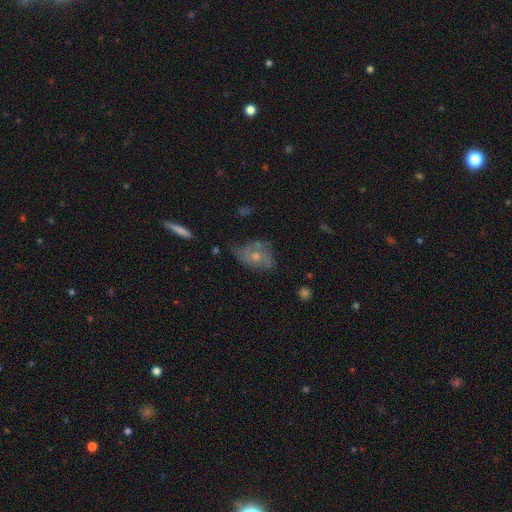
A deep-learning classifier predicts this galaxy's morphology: Smooth or featured?
  - featured or disk: 56% *
  - smooth: 34%
  - star or artifact: 10%
Edge-on disk?
  - no: 94% *
  - yes: 6%
Bar?
  - no: 82% *
  - weak: 15%
  - strong: 3%
Spiral arms?
  - yes: 65% *
  - no: 35%
Bulge size?
  - moderate: 51% *
  - small: 43%
  - none: 3%
  - large: 2%
  - dominant: 1%
Merging?
  - none: 49% *
  - minor disturbance: 30%
  - major disturbance: 18%
  - merger: 3%